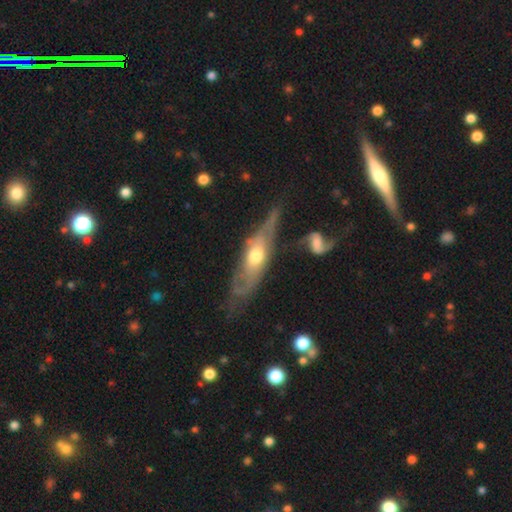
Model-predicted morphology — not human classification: smooth_or_featured: featured or disk (p=0.69) [alt: smooth p=0.26]
disk_edge_on: no (p=0.58) [alt: yes p=0.42]
merging: none (p=0.47) [alt: minor disturbance p=0.25]